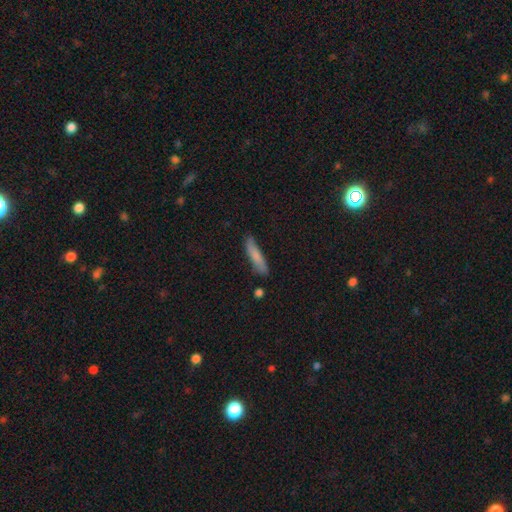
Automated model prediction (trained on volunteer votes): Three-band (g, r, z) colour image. It shows a smooth galaxy with no disk features (78%) that is cigar-shaped (86%). Merging: none (80%).